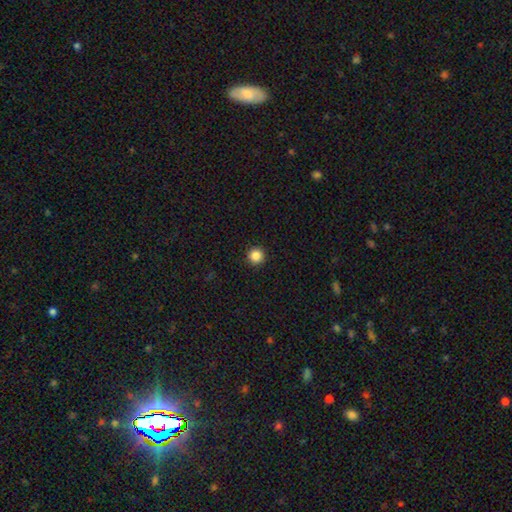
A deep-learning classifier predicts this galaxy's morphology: A smooth galaxy with no disk features (86%) that is round (97%). Merging: none (93%).